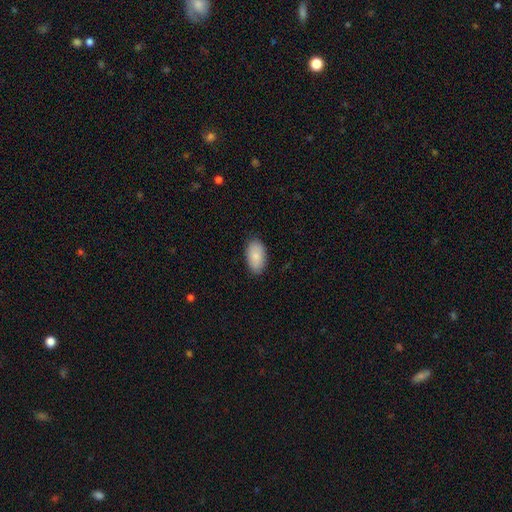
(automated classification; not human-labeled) Smooth or featured? smooth (87%)
How rounded? in between (95%)
Merging? none (86%)